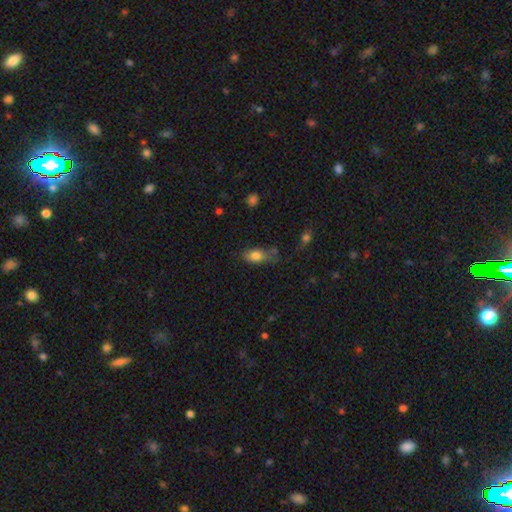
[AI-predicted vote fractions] Q: Smooth or featured?
A: smooth (78%); runner-up: featured or disk (14%)
Q: How rounded?
A: in between (82%); runner-up: round (9%)
Q: Merging?
A: none (57%); runner-up: minor disturbance (28%)